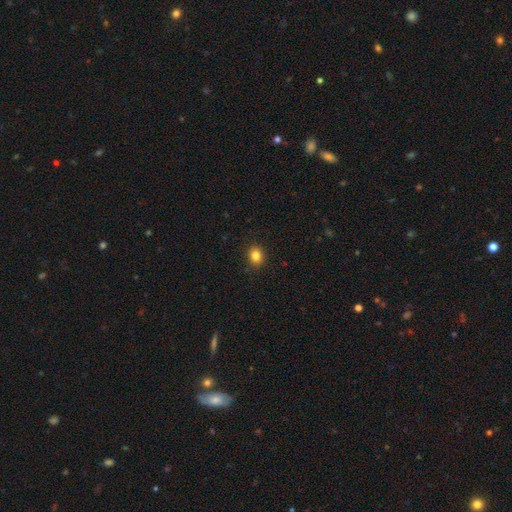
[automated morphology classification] A smooth galaxy with no disk features (83%) that is round (65%). Merging: none (90%).